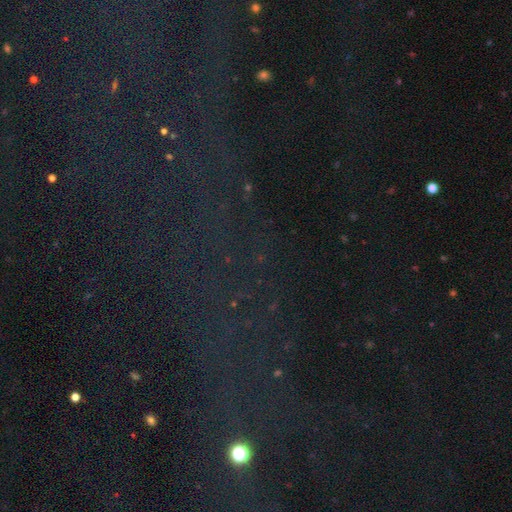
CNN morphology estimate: Q: Smooth or featured?
A: star or artifact (82%); runner-up: smooth (10%)